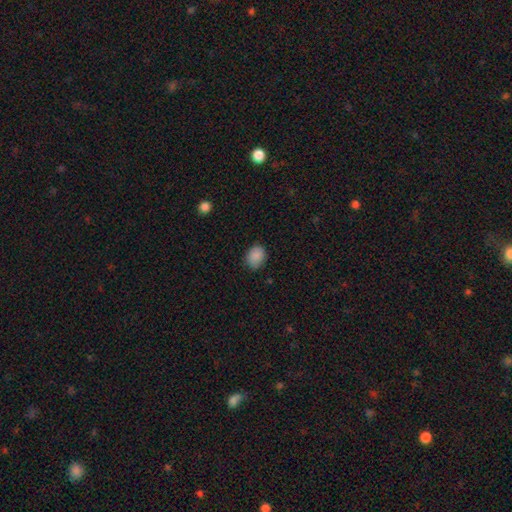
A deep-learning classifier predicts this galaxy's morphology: This appears to be a smooth galaxy with no disk features (88%) that is in between round and cigar-shaped (52%). Merging: none (81%).